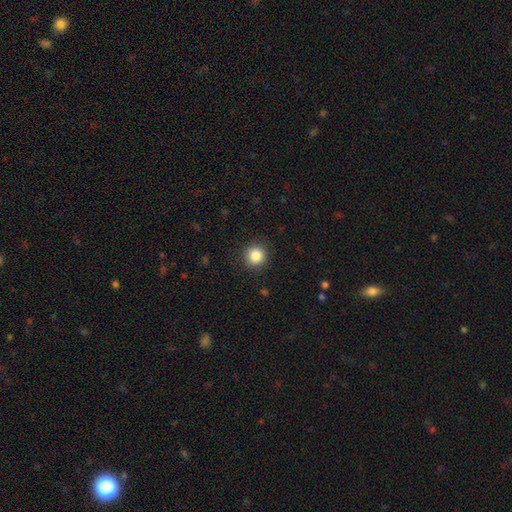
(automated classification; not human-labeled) smooth 85%, star or artifact 10%, featured or disk 4%. Down the decision tree: how rounded — round (94%); merging — none (91%).